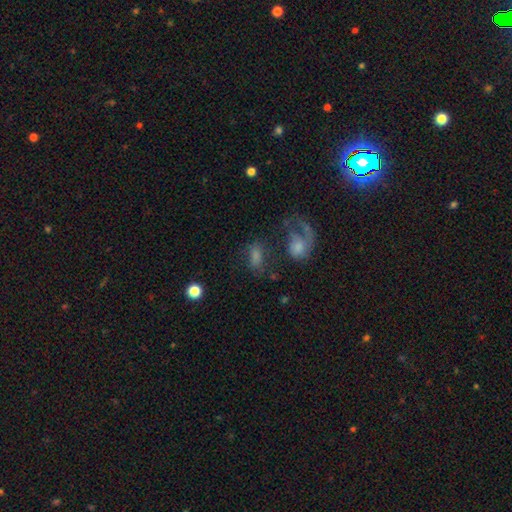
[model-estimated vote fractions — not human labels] This appears to be a smooth galaxy with no disk features (51%) that is in between round and cigar-shaped (77%). Merging: none (43%).